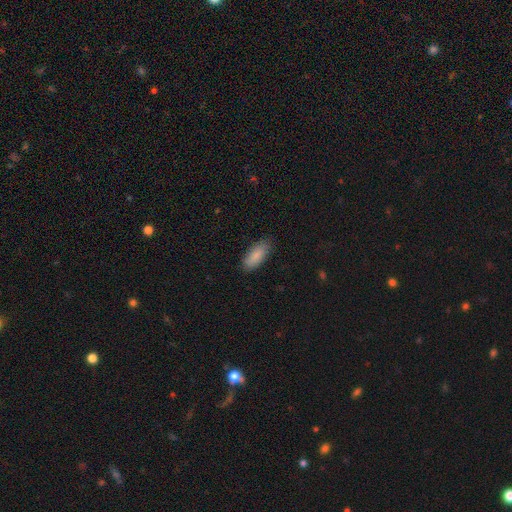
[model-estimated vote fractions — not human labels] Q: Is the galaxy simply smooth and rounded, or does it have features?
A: smooth — 87%.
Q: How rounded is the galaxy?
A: in between — 80%.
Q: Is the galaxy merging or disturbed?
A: none — 83%.